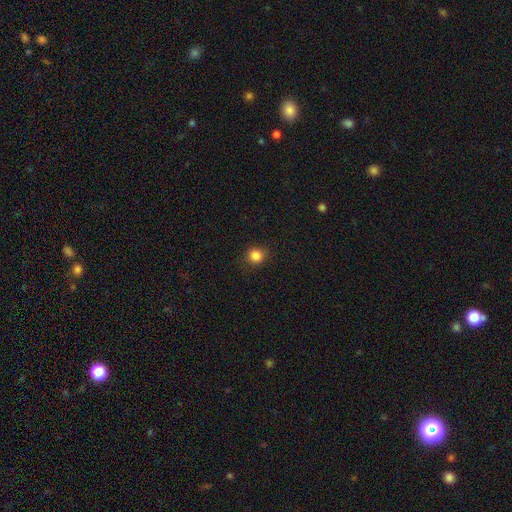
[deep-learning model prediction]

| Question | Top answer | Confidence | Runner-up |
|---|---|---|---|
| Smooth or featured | smooth | 85% | star or artifact (12%) |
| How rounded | round | 89% | in between (10%) |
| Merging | none | 89% | minor disturbance (8%) |